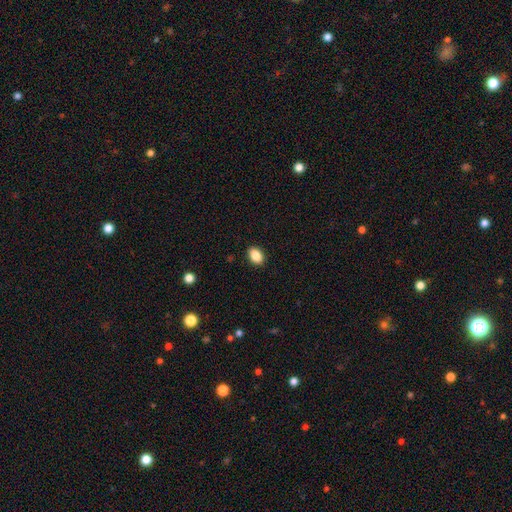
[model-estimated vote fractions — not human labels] Smooth or featured? smooth (87%)
How rounded? in between (85%)
Merging? none (90%)